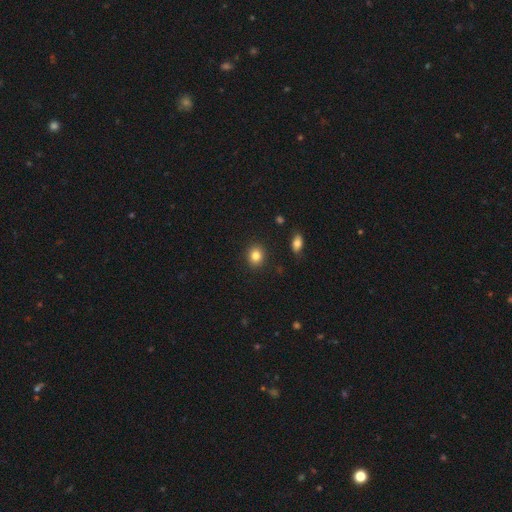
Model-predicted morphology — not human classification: Overall: smooth (83%). How rounded: round (68%; in between 31%). Merging: none (90%).